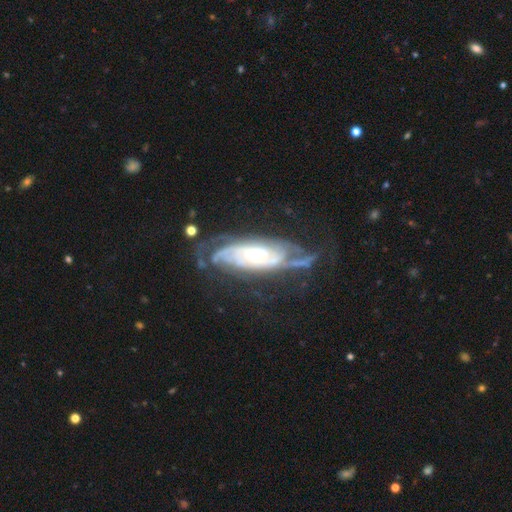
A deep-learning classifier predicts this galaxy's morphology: type=featured or disk (88%); edge-on=no (89%); bar=no (62%); spiral arms=yes (96%); winding=tight (67%); arm count=can't tell (36%); bulge=moderate (66%); merging=none (60%).